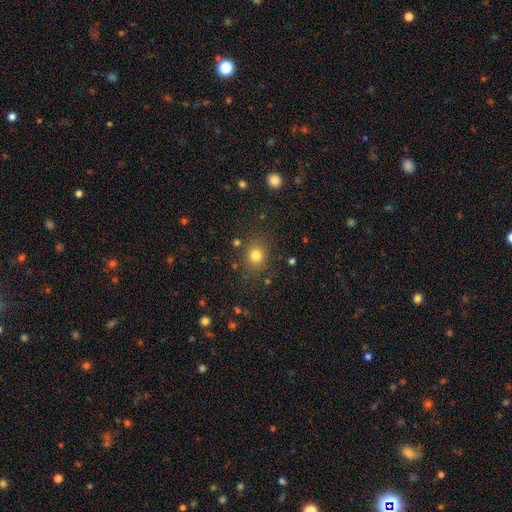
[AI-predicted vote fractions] Morphology: type=smooth (79%); roundness=round (76%); merging=none (83%).